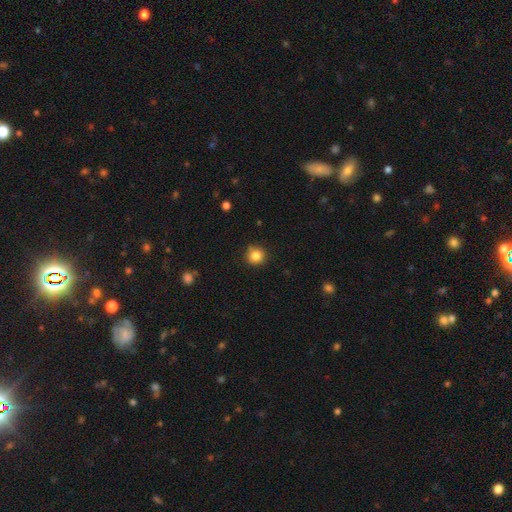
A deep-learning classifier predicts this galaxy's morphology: The model was most divided on "smooth or featured": smooth: 84%, star or artifact: 11%, featured or disk: 5%. More confident: how rounded — round (92%); merging — none (85%).